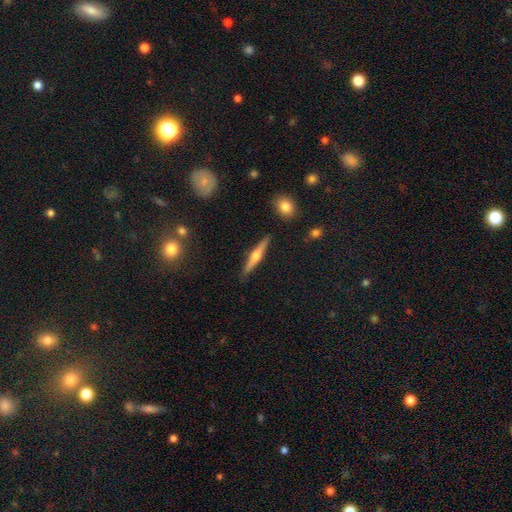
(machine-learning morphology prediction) Q: Smooth or featured?
A: featured or disk (60%); runner-up: smooth (34%)
Q: Edge-on disk?
A: yes (96%); runner-up: no (4%)
Q: Edge-on bulge?
A: rounded (92%); runner-up: none (5%)
Q: Merging?
A: none (88%); runner-up: minor disturbance (8%)